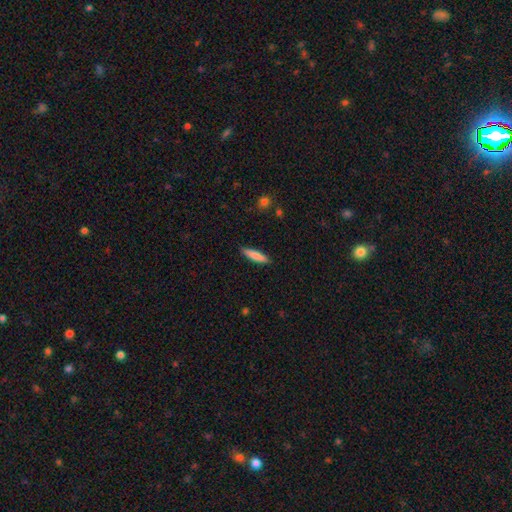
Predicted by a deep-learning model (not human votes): Overall: smooth (80%). How rounded: cigar-shaped (79%). Merging: none (89%).